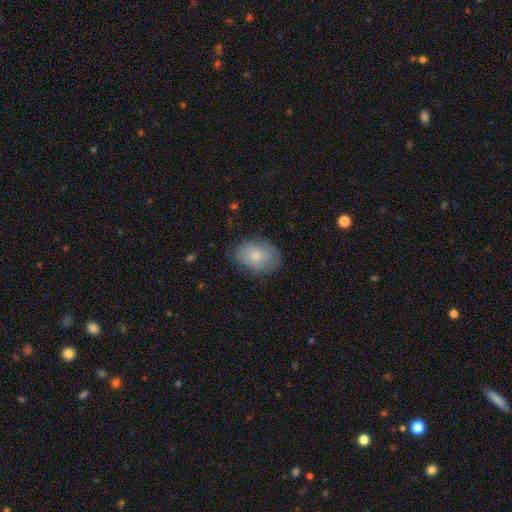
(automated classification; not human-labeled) A smooth galaxy with no disk features (75%) that is in between round and cigar-shaped (77%).

Vote fractions:
- Smooth or featured? smooth: 75% / featured or disk: 18% / star or artifact: 7%
- How rounded? in between: 77% / round: 22% / cigar-shaped: 1%
- Merging? none: 74% / minor disturbance: 20% / major disturbance: 5% / merger: 1%